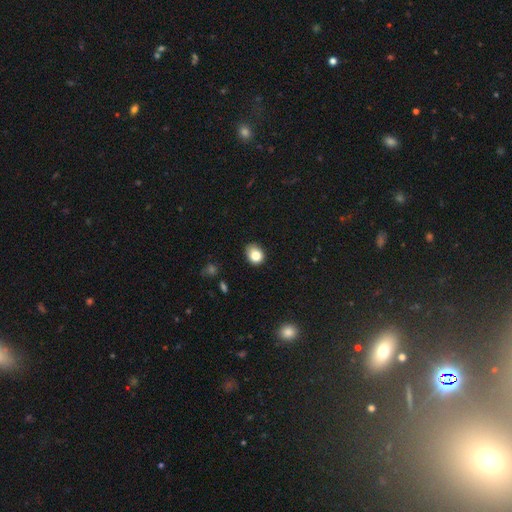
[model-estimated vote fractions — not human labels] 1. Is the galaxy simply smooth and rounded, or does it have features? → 83% smooth, 10% star or artifact, 7% featured or disk.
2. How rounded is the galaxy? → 52% round, 47% in between, 1% cigar-shaped.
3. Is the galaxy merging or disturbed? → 71% none, 24% minor disturbance, 4% major disturbance, 2% merger.